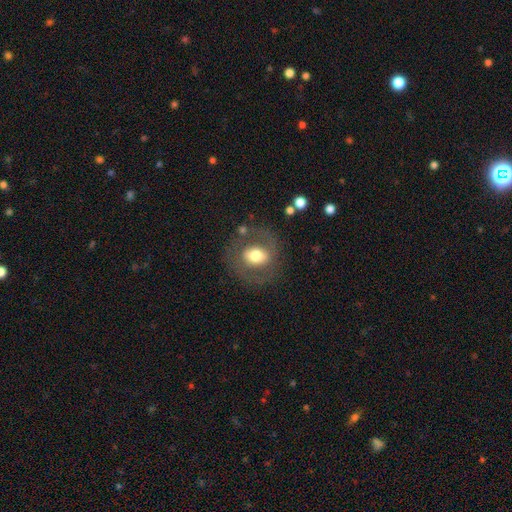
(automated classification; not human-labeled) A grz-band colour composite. It shows a smooth galaxy with no disk features (46%, tied with featured or disk). Merging: none (74%).